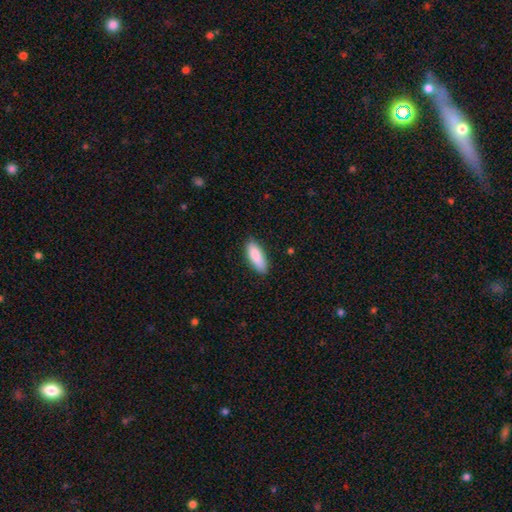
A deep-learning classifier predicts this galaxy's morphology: Smooth or featured? Predicted: smooth (p=0.87). How rounded? Predicted: in between (p=0.66). Merging? Predicted: none (p=0.85).